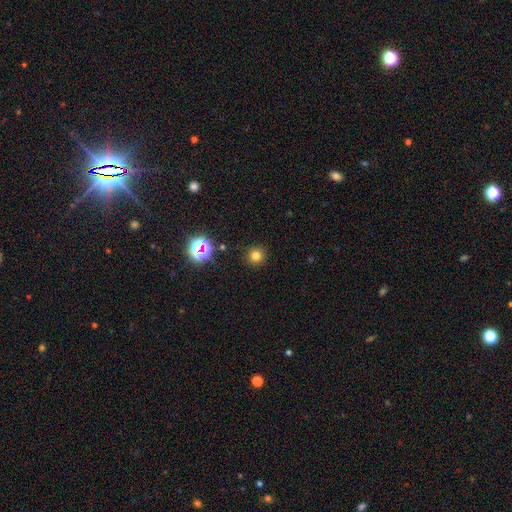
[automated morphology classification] Overall: smooth (75%). How rounded: round (95%). Merging: none (90%).